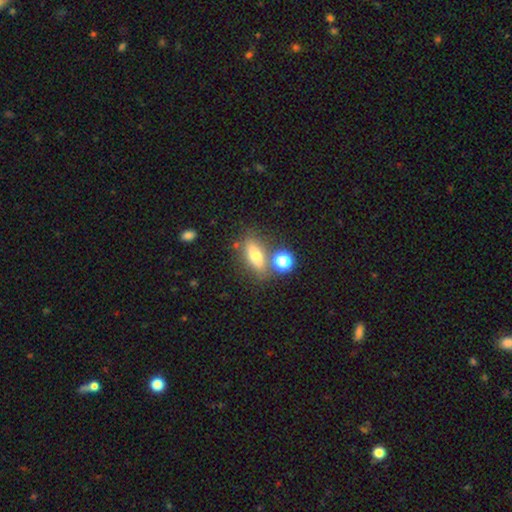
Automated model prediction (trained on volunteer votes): Smooth or featured? Predicted: smooth (p=0.65). How rounded? Predicted: in between (p=0.61). Merging? Predicted: none (p=0.68).